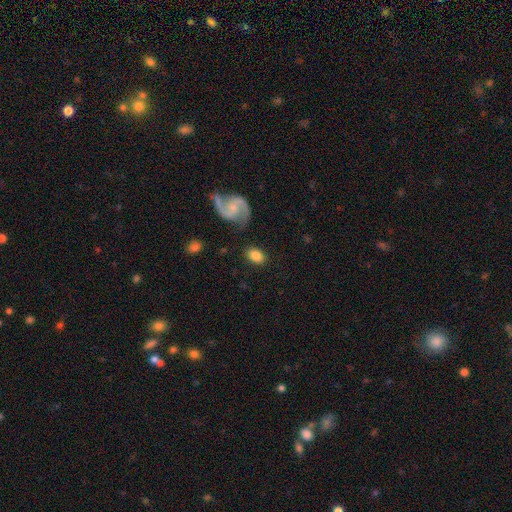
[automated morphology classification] smooth_or_featured: smooth (p=0.75) [alt: featured or disk p=0.18]
how_rounded: in between (p=0.82) [alt: round p=0.16]
merging: none (p=0.81) [alt: minor disturbance p=0.12]